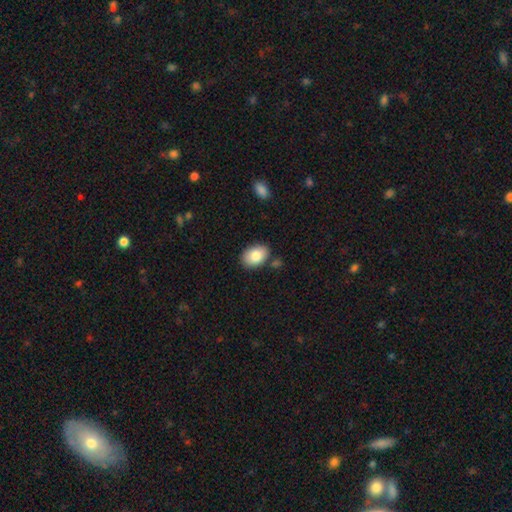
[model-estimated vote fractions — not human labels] Smooth or featured?
  - smooth: 84% *
  - featured or disk: 9%
  - star or artifact: 7%
How rounded?
  - in between: 86% *
  - round: 13%
  - cigar-shaped: 1%
Merging?
  - none: 80% *
  - minor disturbance: 13%
  - merger: 5%
  - major disturbance: 3%